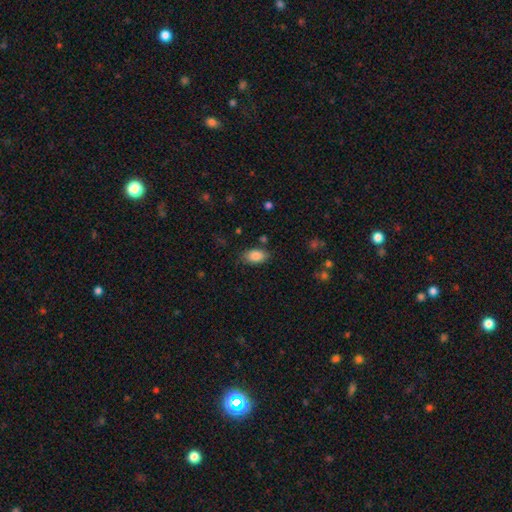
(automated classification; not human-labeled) Q: Smooth or featured?
A: smooth (86%); runner-up: star or artifact (8%)
Q: How rounded?
A: in between (91%); runner-up: round (7%)
Q: Merging?
A: none (78%); runner-up: minor disturbance (16%)